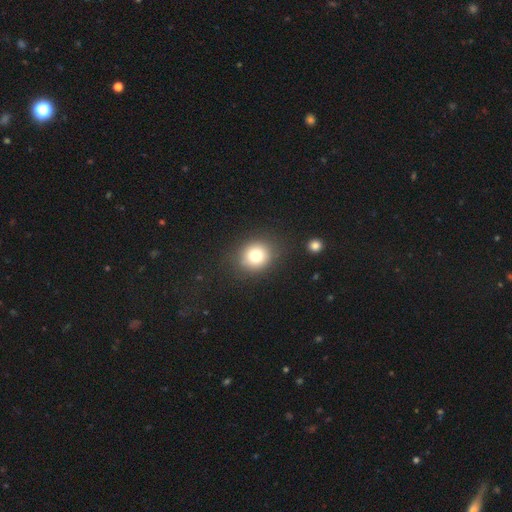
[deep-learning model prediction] A smooth galaxy with no disk features (77%) that is round (79%). Merging: none (85%).